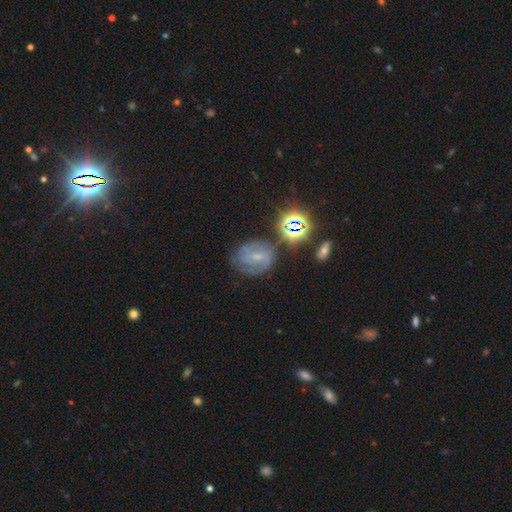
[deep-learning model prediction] The model was most divided on "spiral arm count": 2: 38%, can't tell: 33%, 3: 15%, 1: 6%, 4: 5%, more than 4: 4%. Remaining: edge-on disk — no (97%); spiral arms — yes (87%); bulge size — small (68%); merging — none (68%); smooth or featured — featured or disk (65%); bar — weak (51%); spiral winding — tight (47%).